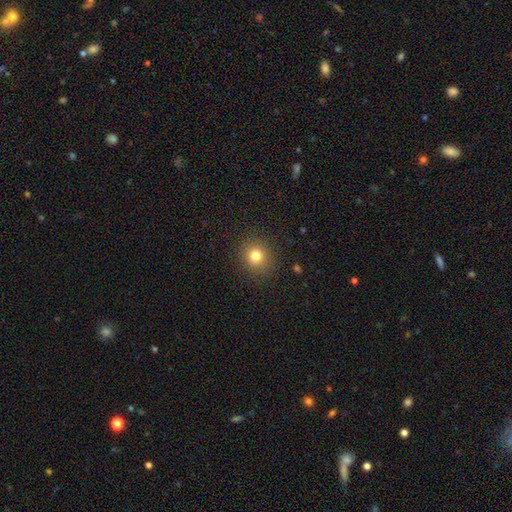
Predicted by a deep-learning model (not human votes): Smooth or featured: smooth — 79% (star or artifact — 14%)
How rounded: round — 87% (in between — 12%)
Merging: none — 89% (minor disturbance — 7%)